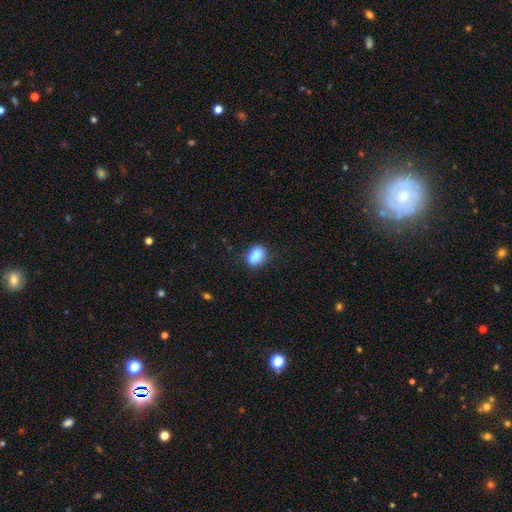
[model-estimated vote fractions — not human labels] A smooth galaxy with no disk features (83%) that is in between round and cigar-shaped (68%). Merging: none (61%).